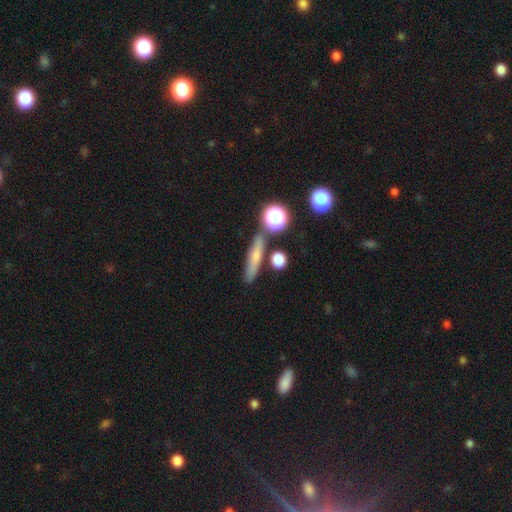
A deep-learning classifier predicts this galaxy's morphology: The model was most divided on "smooth or featured": smooth: 61%, featured or disk: 25%, star or artifact: 14%. More confident: merging — none (78%); how rounded — cigar-shaped (68%).